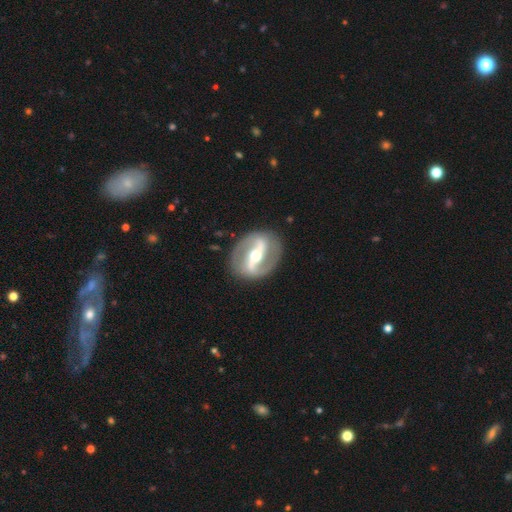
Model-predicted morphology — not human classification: Q: Smooth or featured?
A: featured or disk (87%); runner-up: smooth (9%)
Q: Edge-on disk?
A: no (95%); runner-up: yes (5%)
Q: Bar?
A: strong (74%); runner-up: weak (18%)
Q: Spiral arms?
A: yes (82%); runner-up: no (18%)
Q: Spiral winding?
A: medium (46%); runner-up: tight (27%)
Q: Spiral arm count?
A: 2 (91%); runner-up: can't tell (4%)
Q: Bulge size?
A: moderate (71%); runner-up: small (19%)
Q: Merging?
A: none (86%); runner-up: minor disturbance (9%)